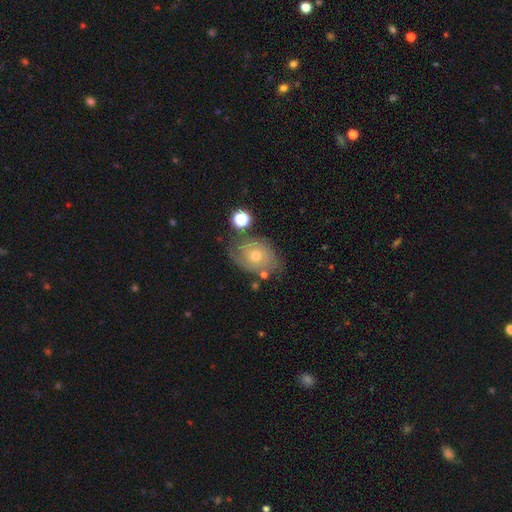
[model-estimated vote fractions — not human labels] The model was most divided on "bulge size": moderate: 57%, small: 39%, large: 2%, none: 1%, dominant: 1%. More confident: edge-on disk — no (95%); bar — no (82%); spiral arms — yes (79%); smooth or featured — featured or disk (65%); merging — none (64%).